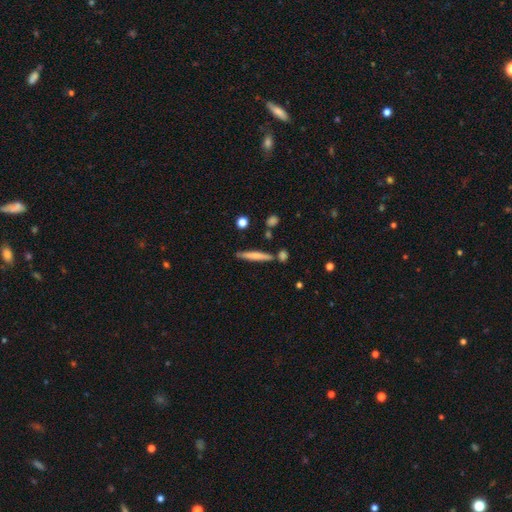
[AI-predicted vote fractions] smooth 67%, featured or disk 27%, star or artifact 6%. Down the decision tree: how rounded — cigar-shaped (93%); merging — none (79%).